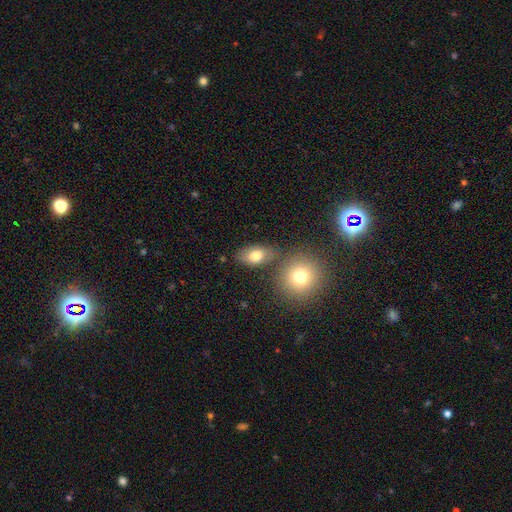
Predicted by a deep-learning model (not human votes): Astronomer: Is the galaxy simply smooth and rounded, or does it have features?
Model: smooth — 78%.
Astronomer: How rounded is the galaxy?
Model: in between — 84%.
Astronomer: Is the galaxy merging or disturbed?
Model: none — 70%.